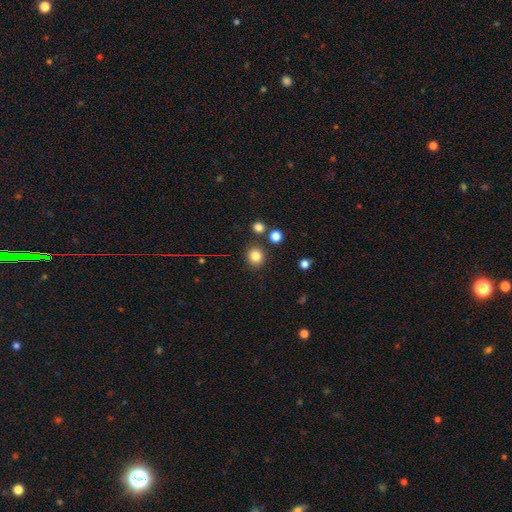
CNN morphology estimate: Smooth or featured: smooth — 82% (star or artifact — 12%)
How rounded: round — 88% (in between — 11%)
Merging: none — 85% (minor disturbance — 7%)